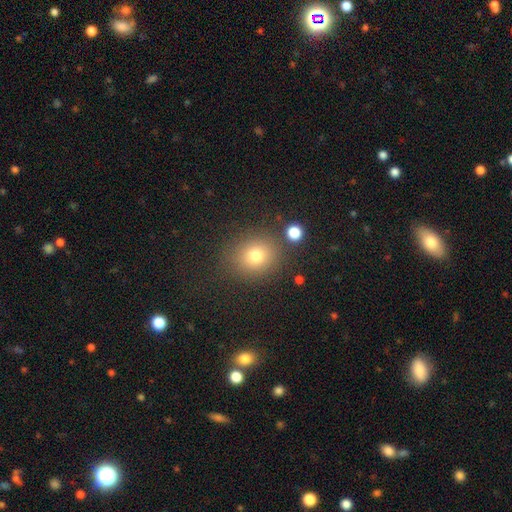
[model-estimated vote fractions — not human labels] Overall: smooth (77%). How rounded: round (78%). Merging: none (81%).